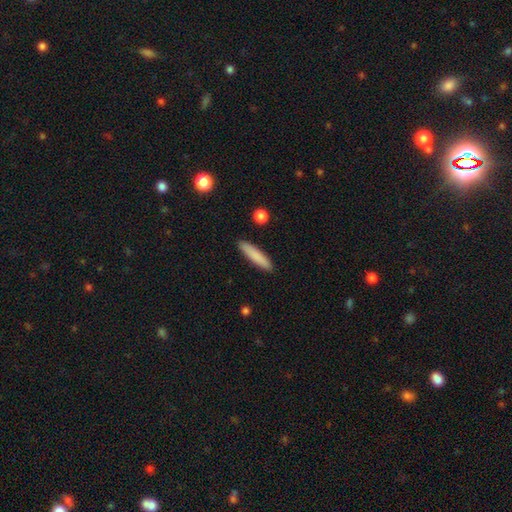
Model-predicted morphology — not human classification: smooth-or-featured: smooth: 83% | featured or disk: 11% | star or artifact: 6%
  how-rounded: cigar-shaped: 87% | in between: 12% | round: 1%
  merging: none: 91% | minor disturbance: 6% | major disturbance: 1% | merger: 1%